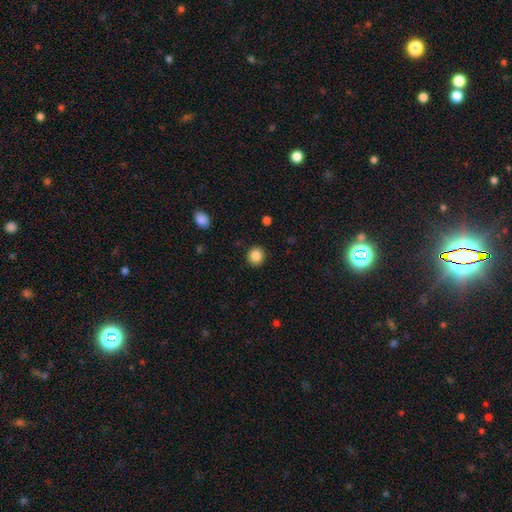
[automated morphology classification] Smooth or featured? smooth (86%)
How rounded? round (89%)
Merging? none (91%)